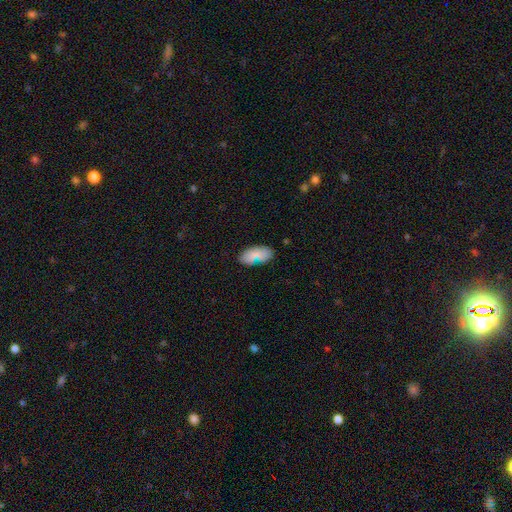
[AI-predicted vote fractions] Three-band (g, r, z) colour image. It shows a smooth galaxy with no disk features (83%) that is in between round and cigar-shaped (92%). Merging: none (69%).